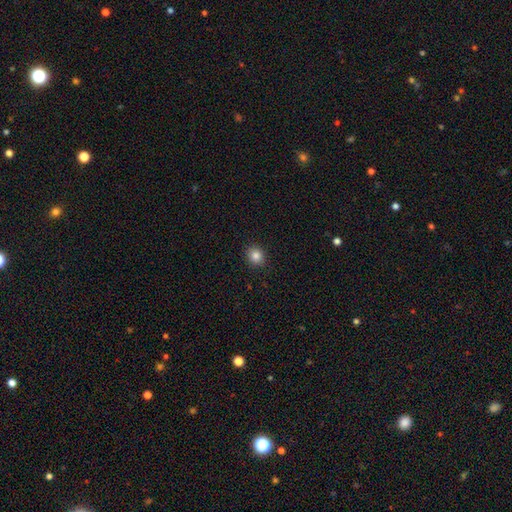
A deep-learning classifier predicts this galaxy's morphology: type=smooth (85%); roundness=round (74%); merging=none (91%).